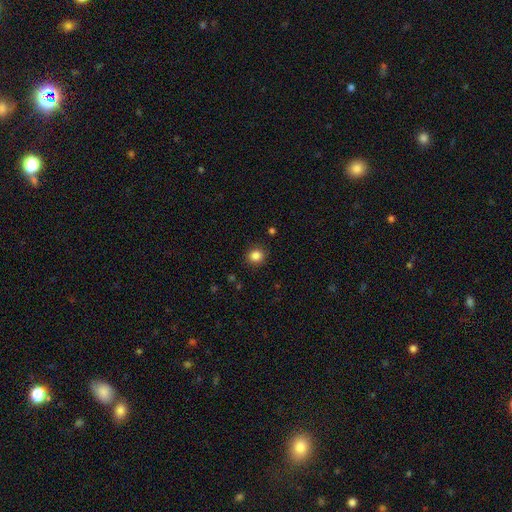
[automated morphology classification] Smooth or featured? Predicted: smooth (p=0.85). How rounded? Predicted: round (p=0.85). Merging? Predicted: none (p=0.89).